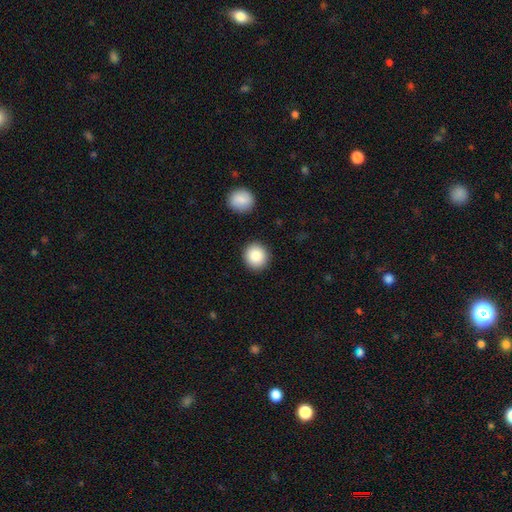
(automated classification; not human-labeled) smooth 87%, star or artifact 8%, featured or disk 5%. Down the decision tree: how rounded — round (89%); merging — none (89%).